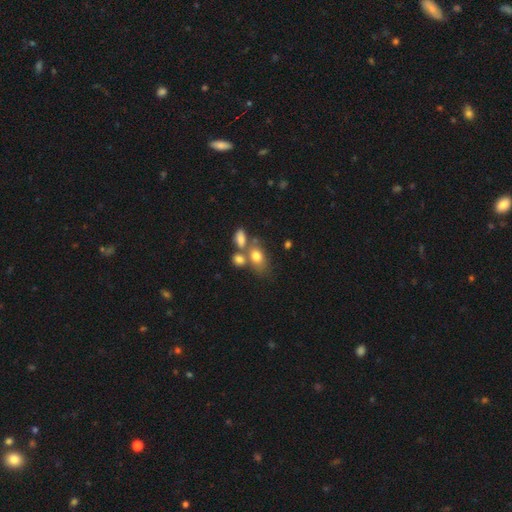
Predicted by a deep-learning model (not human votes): Overall: smooth (74%). How rounded: in between (75%). Merging: none (41%; merger 40%).